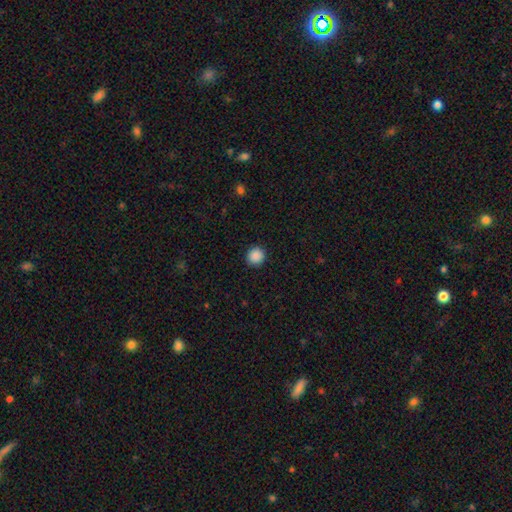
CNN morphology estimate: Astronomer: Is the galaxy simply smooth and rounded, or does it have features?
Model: smooth — 89%.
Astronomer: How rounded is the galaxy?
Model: round — 94%.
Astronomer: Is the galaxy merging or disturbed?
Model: none — 92%.